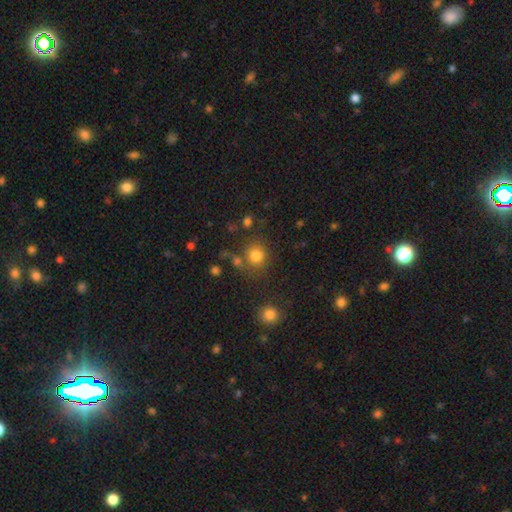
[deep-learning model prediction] Smooth or featured: smooth — 79% (star or artifact — 14%)
How rounded: round — 88% (in between — 11%)
Merging: none — 73% (merger — 11%)